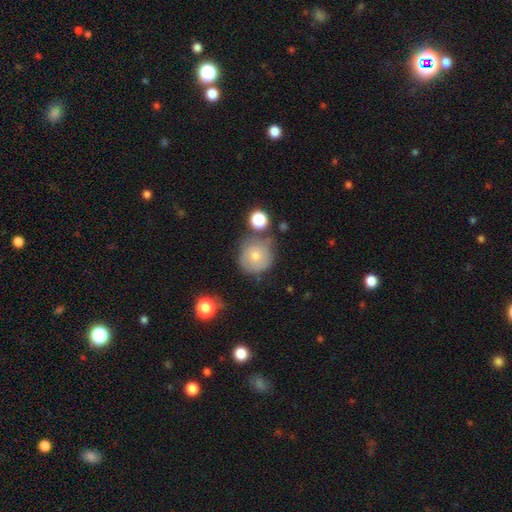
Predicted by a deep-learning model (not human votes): The model was most divided on "merging": none: 59%, minor disturbance: 23%, merger: 10%, major disturbance: 8%. More confident: how rounded — round (91%); smooth or featured — smooth (66%).